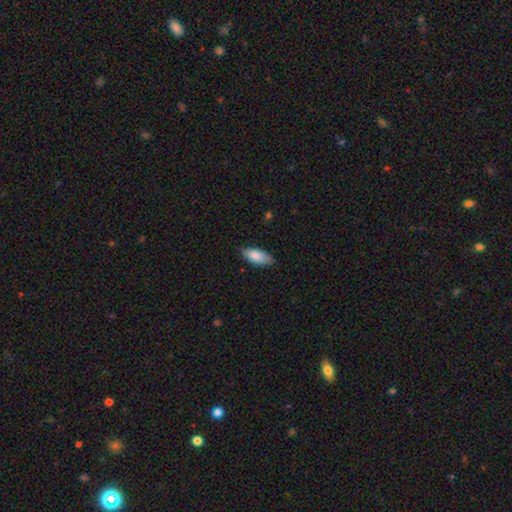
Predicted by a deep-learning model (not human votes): A smooth galaxy with no disk features (84%) that is in between round and cigar-shaped (84%). Merging: none (80%).